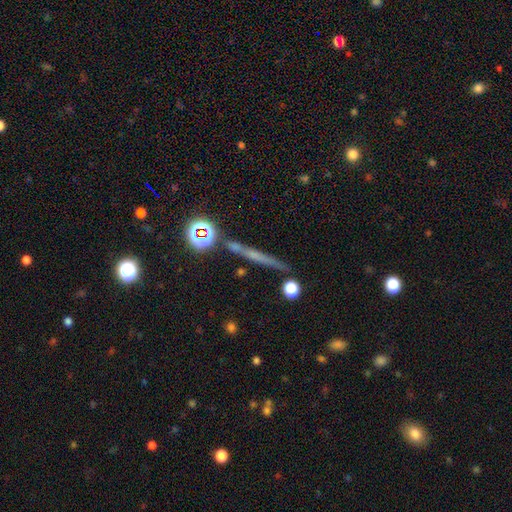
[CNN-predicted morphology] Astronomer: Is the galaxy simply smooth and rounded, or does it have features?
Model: featured or disk — 41% (runner-up: smooth, 38%).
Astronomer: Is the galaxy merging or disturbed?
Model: none — 82%.